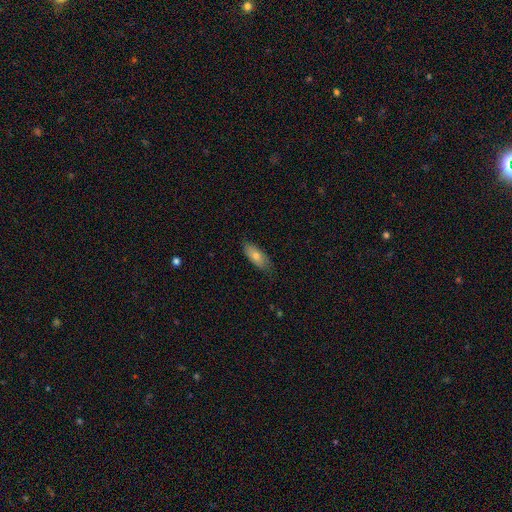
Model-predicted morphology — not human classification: Smooth or featured?
  - smooth: 70% *
  - featured or disk: 23%
  - star or artifact: 7%
How rounded?
  - in between: 75% *
  - cigar-shaped: 22%
  - round: 3%
Merging?
  - none: 76% *
  - minor disturbance: 19%
  - major disturbance: 3%
  - merger: 1%